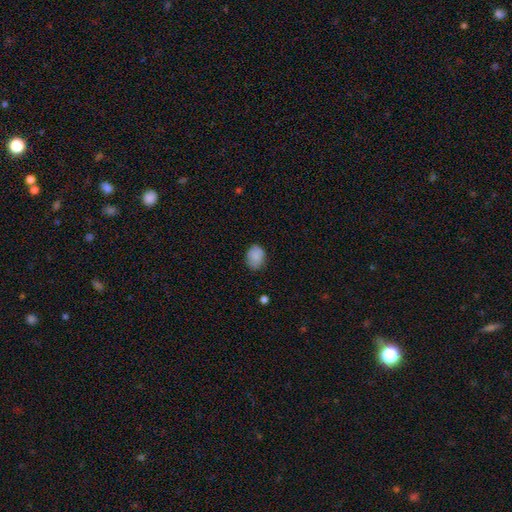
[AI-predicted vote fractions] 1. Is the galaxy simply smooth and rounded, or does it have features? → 87% smooth, 8% star or artifact, 5% featured or disk.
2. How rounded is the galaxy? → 63% in between, 36% round, 1% cigar-shaped.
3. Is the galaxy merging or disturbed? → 75% none, 20% minor disturbance, 4% major disturbance, 1% merger.